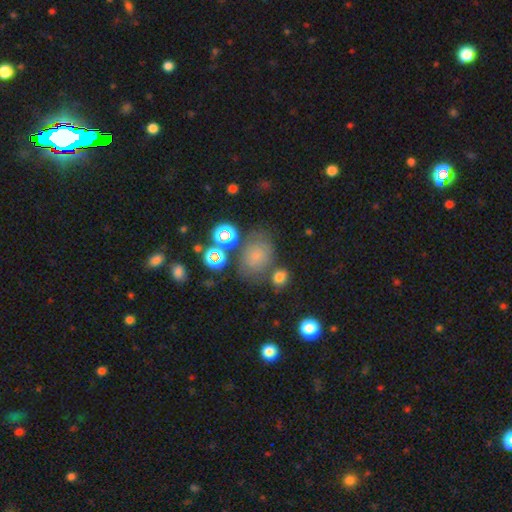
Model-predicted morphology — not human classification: type=smooth (68%); roundness=in between (61%); merging=none (57%).